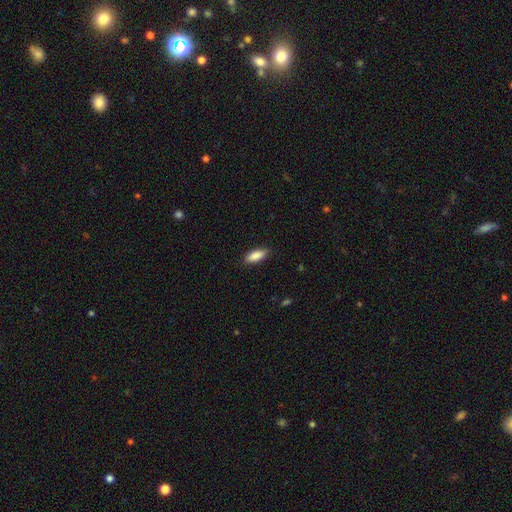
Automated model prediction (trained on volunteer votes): This is clearly a smooth galaxy (88%). How rounded: likely in between (77%). Merging: clearly none (87%).